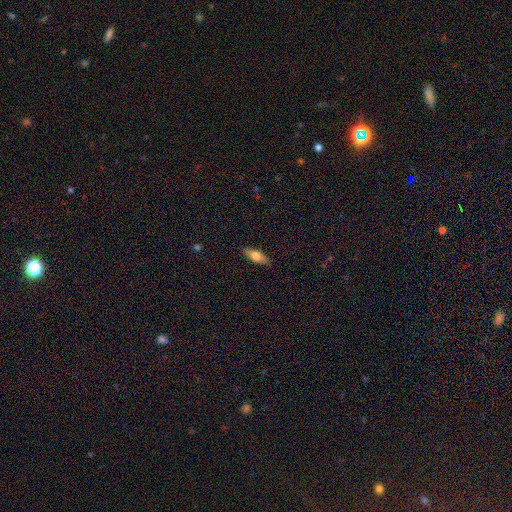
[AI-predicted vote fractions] This is likely a smooth galaxy (68%). How rounded: likely in between (66%). Merging: clearly none (88%).